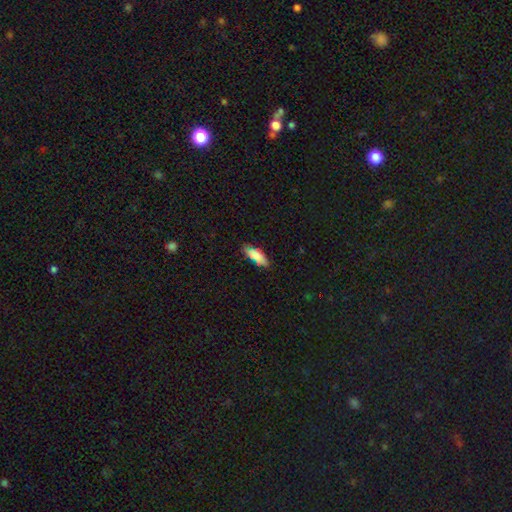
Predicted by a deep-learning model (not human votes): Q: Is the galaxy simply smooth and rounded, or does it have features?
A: smooth — 81%.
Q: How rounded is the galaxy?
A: in between — 70%.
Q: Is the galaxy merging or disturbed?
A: none — 78%.